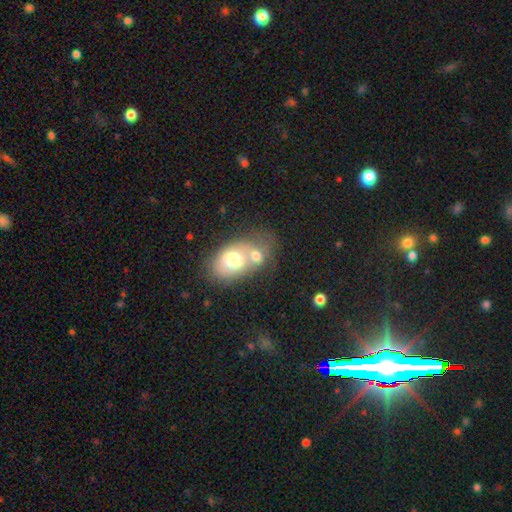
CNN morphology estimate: Q: Smooth or featured?
A: smooth (64%); runner-up: featured or disk (28%)
Q: How rounded?
A: in between (73%); runner-up: round (26%)
Q: Merging?
A: merger (64%); runner-up: none (20%)